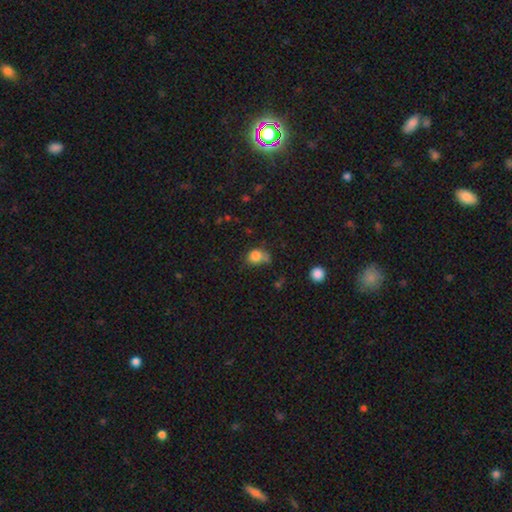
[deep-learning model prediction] The model was most divided on "merging": none: 44%, minor disturbance: 26%, merger: 17%, major disturbance: 13%. More confident: smooth or featured — smooth (80%); how rounded — round (60%).